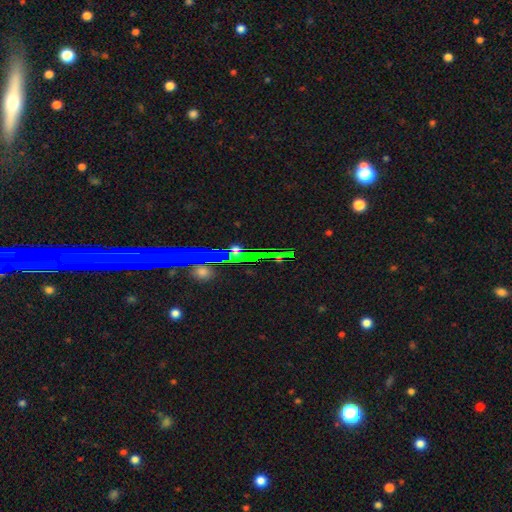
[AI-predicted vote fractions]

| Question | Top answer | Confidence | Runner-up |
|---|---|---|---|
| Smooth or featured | star or artifact | 68% | featured or disk (17%) |